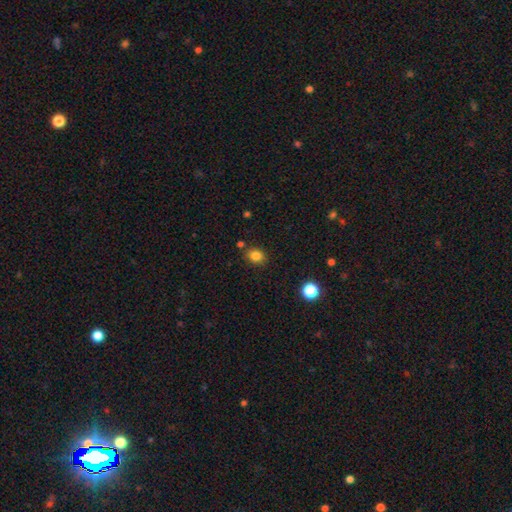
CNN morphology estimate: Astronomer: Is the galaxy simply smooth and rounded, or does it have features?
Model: smooth — 82%.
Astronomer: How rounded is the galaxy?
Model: round — 55% (runner-up: in between, 44%).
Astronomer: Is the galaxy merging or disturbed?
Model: none — 81%.